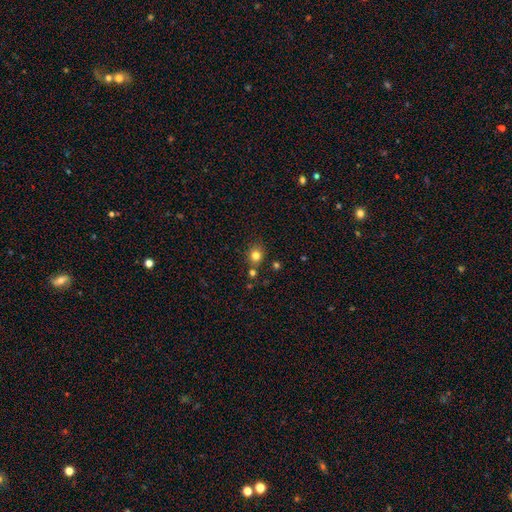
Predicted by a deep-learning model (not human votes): The model was most divided on "how rounded": round: 78%, in between: 21%, cigar-shaped: 1%. More confident: smooth or featured — smooth (80%); merging — none (77%).